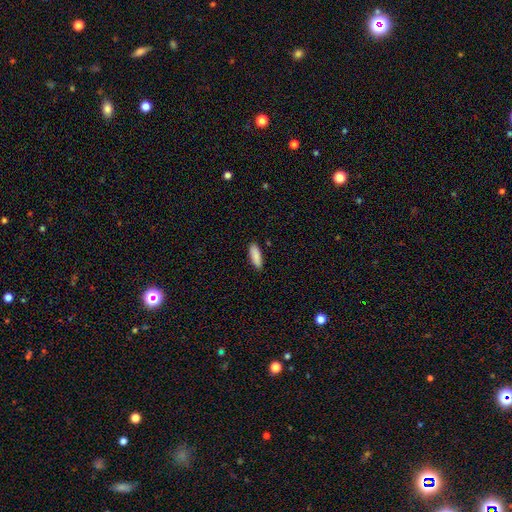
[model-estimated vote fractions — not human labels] smooth 89%, star or artifact 6%, featured or disk 5%. Down the decision tree: how rounded — in between (50%); merging — none (88%).